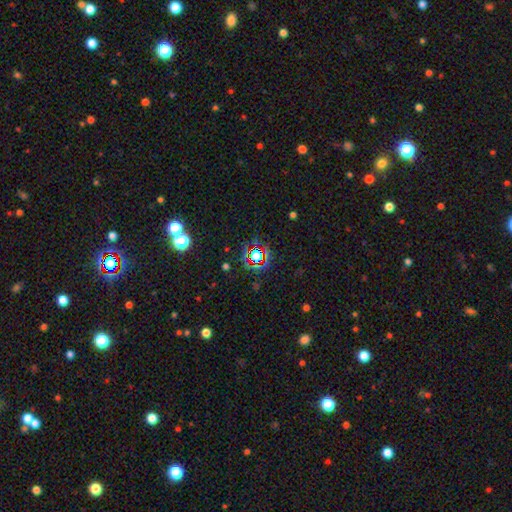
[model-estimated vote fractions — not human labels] smooth_or_featured: star or artifact (p=0.70) [alt: smooth p=0.20]